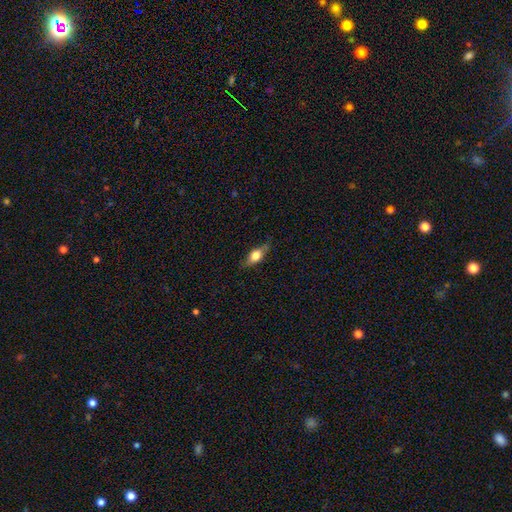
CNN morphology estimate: This is likely a smooth galaxy (64%). How rounded: likely in between (75%). Merging: likely none (74%).